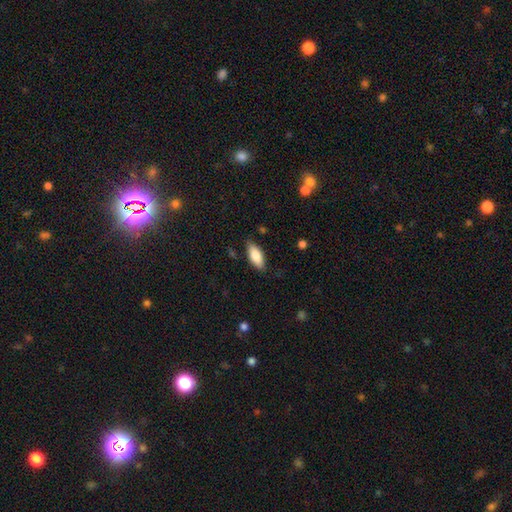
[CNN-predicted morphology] type=smooth (82%); roundness=in between (81%); merging=none (82%).